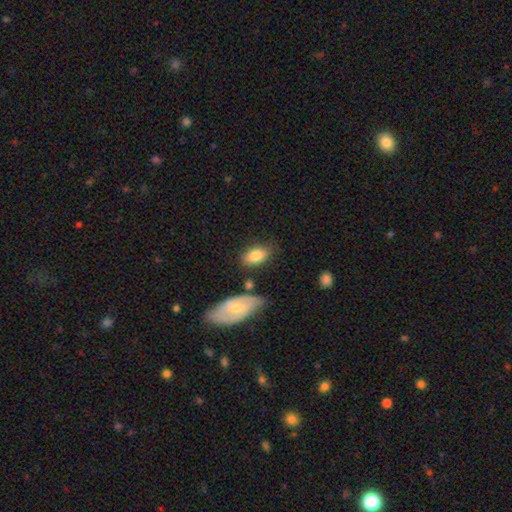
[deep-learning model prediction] Smooth or featured: smooth — 78% (featured or disk — 15%)
How rounded: in between — 89% (round — 7%)
Merging: none — 70% (minor disturbance — 18%)